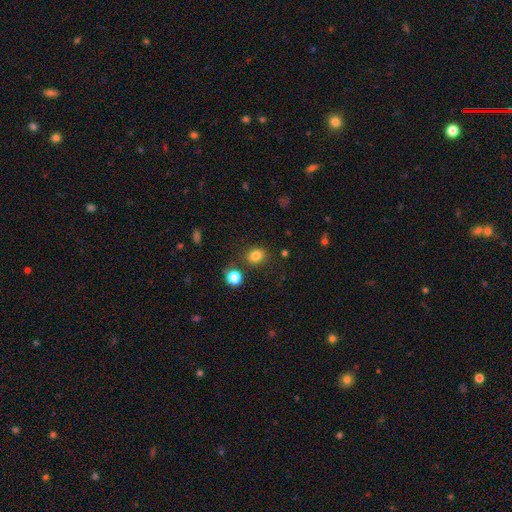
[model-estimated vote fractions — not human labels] This appears to be a smooth galaxy with no disk features (82%) that is round (62%). Merging: none (80%).